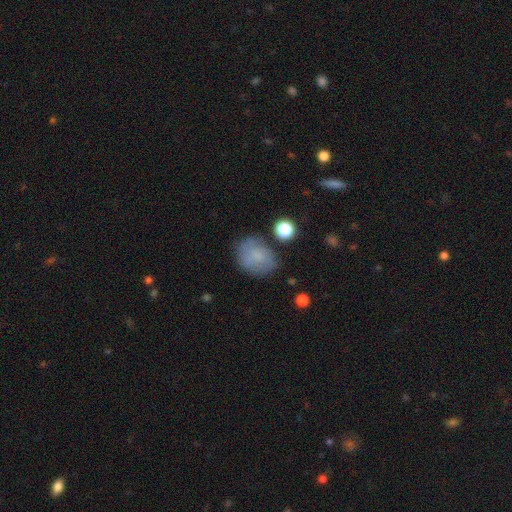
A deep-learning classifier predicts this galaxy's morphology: Smooth or featured? Predicted: smooth (p=0.70). How rounded? Predicted: in between (p=0.50). Merging? Predicted: none (p=0.62).